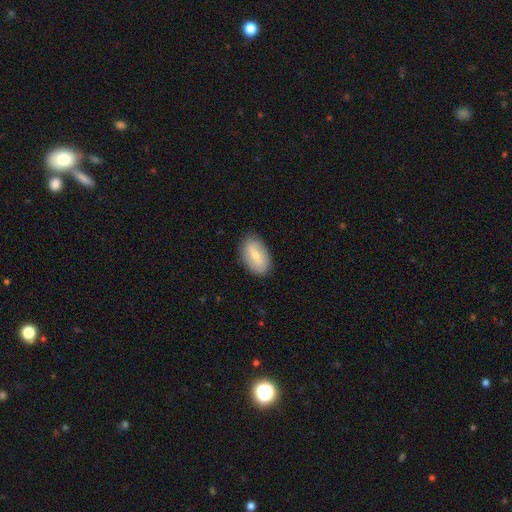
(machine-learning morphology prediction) smooth_or_featured: smooth (p=0.62) [alt: featured or disk p=0.32]
how_rounded: in between (p=0.92) [alt: round p=0.05]
merging: none (p=0.86) [alt: minor disturbance p=0.11]